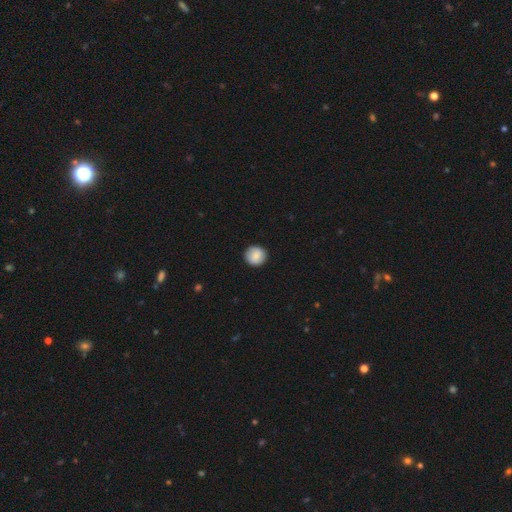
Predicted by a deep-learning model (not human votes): smooth 87%, star or artifact 7%, featured or disk 6%. Down the decision tree: how rounded — round (93%); merging — none (91%).